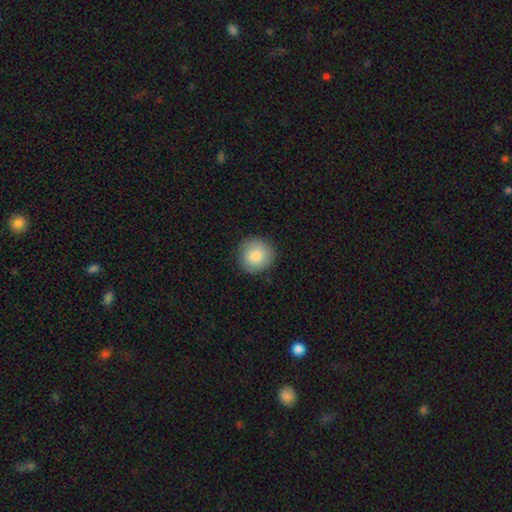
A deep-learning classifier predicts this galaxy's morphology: A smooth galaxy with no disk features (83%) that is round (92%). Merging: none (88%).